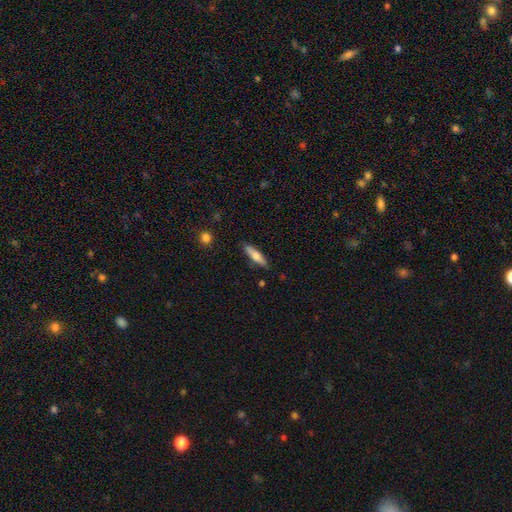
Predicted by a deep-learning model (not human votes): Q: Smooth or featured?
A: smooth (62%); runner-up: featured or disk (32%)
Q: How rounded?
A: cigar-shaped (73%); runner-up: in between (25%)
Q: Merging?
A: none (84%); runner-up: minor disturbance (12%)